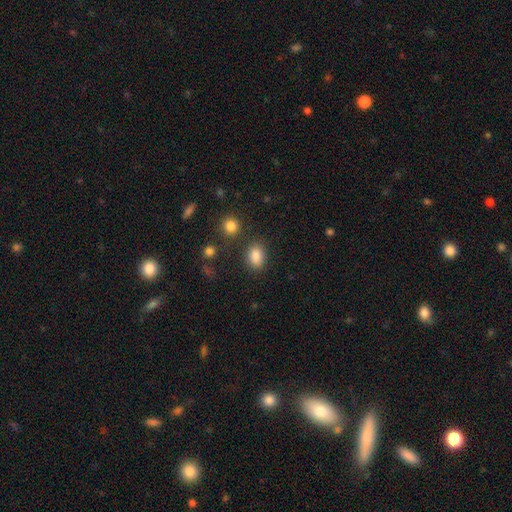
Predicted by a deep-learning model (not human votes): Smooth or featured? Predicted: smooth (p=0.85). How rounded? Predicted: in between (p=0.74). Merging? Predicted: none (p=0.77).